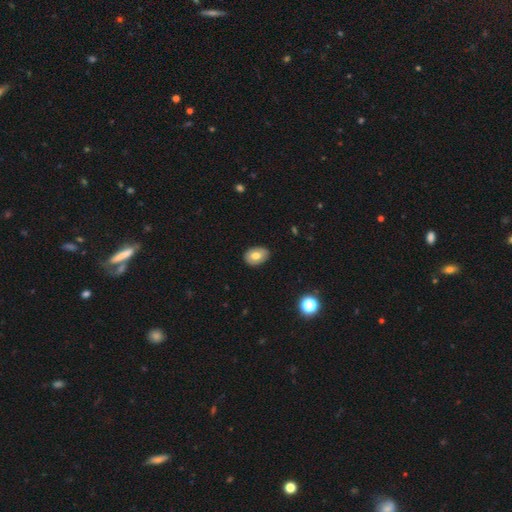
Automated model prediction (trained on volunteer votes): smooth 72%, featured or disk 20%, star or artifact 8%. Down the decision tree: how rounded — in between (79%); merging — none (84%).